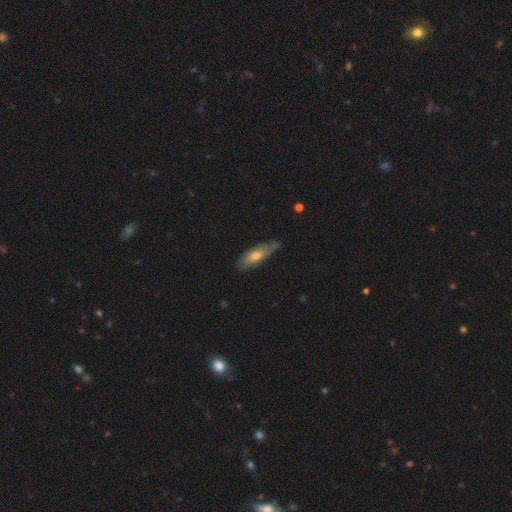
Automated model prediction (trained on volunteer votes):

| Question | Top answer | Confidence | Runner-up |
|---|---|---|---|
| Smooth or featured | smooth | 56% | featured or disk (38%) |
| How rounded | in between | 51% | cigar-shaped (47%) |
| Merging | none | 70% | minor disturbance (24%) |